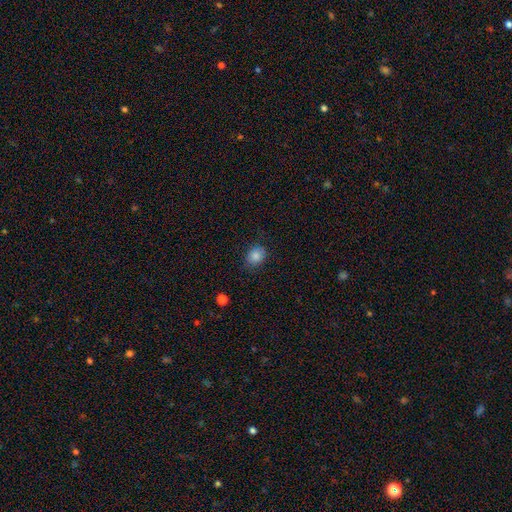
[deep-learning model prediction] Morphology: type=smooth (85%); roundness=round (58%); merging=none (80%).